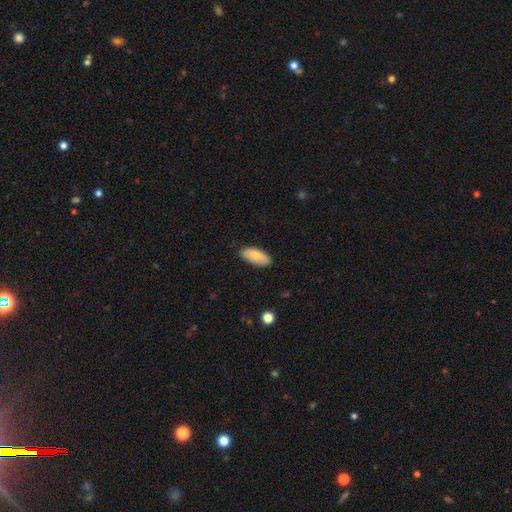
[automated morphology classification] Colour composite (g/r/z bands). It shows a smooth galaxy with no disk features (84%) that is in between round and cigar-shaped (90%). Merging: none (83%).